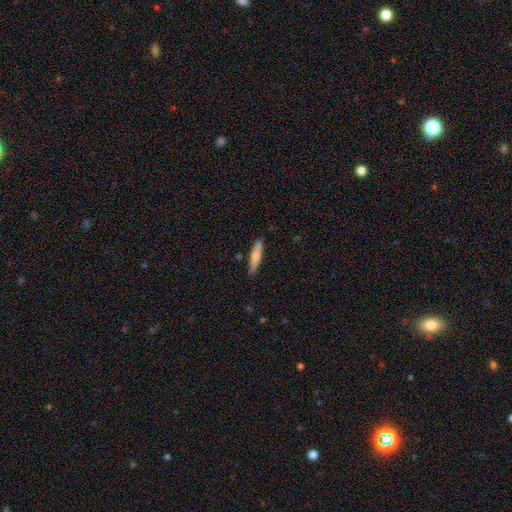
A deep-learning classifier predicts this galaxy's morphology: Overall: smooth (71%). How rounded: cigar-shaped (87%). Merging: none (85%).